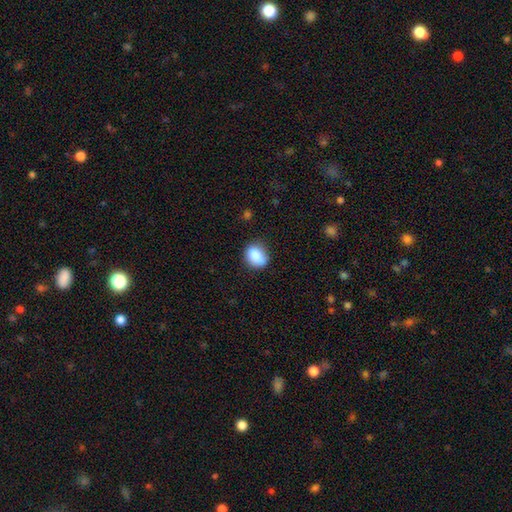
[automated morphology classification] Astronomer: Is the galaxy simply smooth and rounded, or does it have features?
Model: smooth — 86%.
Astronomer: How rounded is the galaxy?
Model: in between — 57% (runner-up: round, 42%).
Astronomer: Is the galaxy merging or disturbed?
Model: none — 69%.